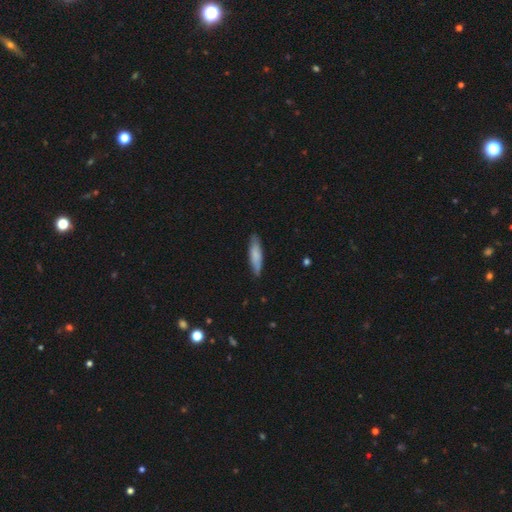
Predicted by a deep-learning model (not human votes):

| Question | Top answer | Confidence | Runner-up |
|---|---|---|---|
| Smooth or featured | smooth | 76% | featured or disk (18%) |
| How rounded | cigar-shaped | 72% | in between (26%) |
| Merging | none | 82% | minor disturbance (15%) |